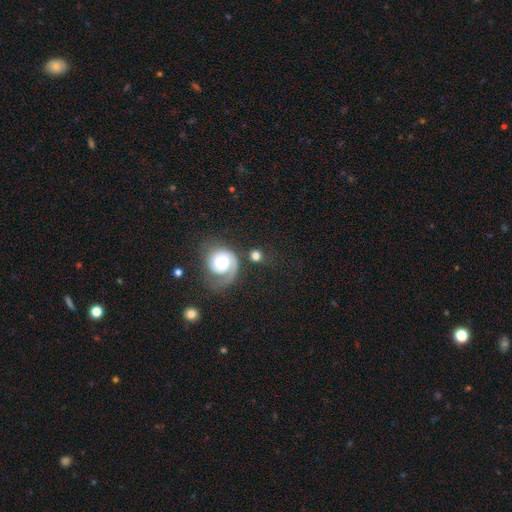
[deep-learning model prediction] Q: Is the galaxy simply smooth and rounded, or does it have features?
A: smooth — 51%.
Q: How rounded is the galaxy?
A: round — 80%.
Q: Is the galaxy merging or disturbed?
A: none — 57%.